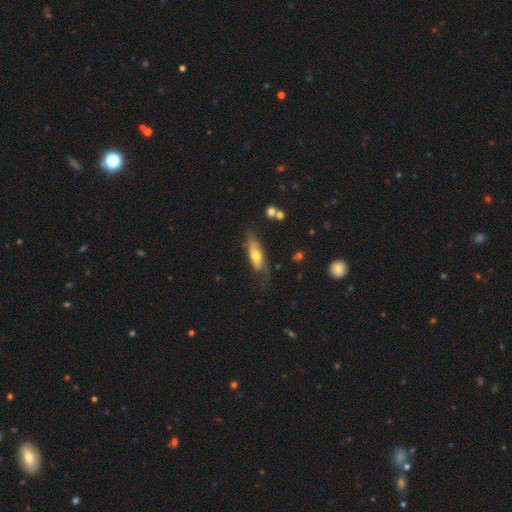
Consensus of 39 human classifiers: Morphology: type=smooth (56%); roundness=in between (64%); merging=minor disturbance (51%).